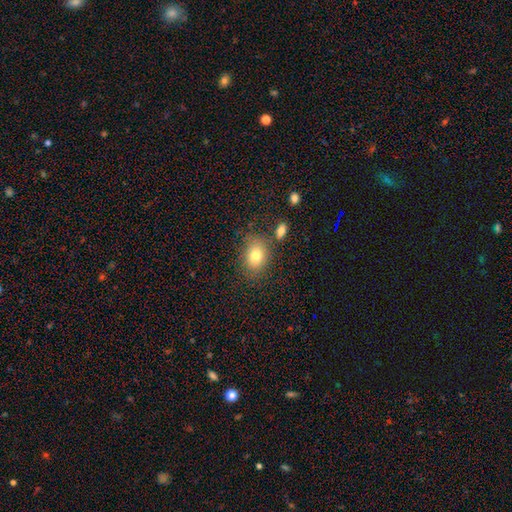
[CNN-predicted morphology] smooth 78%, featured or disk 11%, star or artifact 10%. Down the decision tree: how rounded — in between (60%); merging — none (72%).